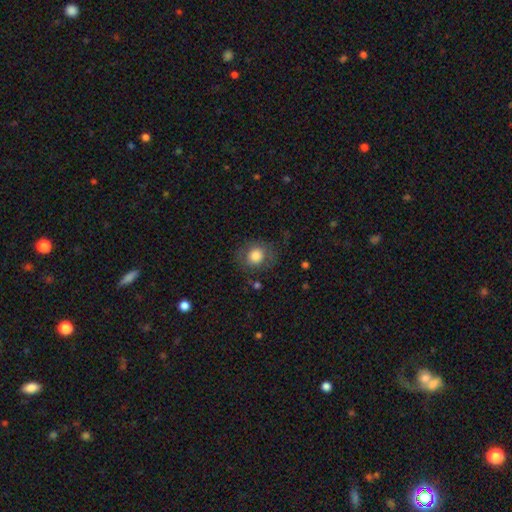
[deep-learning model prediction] This is likely a smooth galaxy (75%). How rounded: likely round (79%). Merging: likely none (74%).